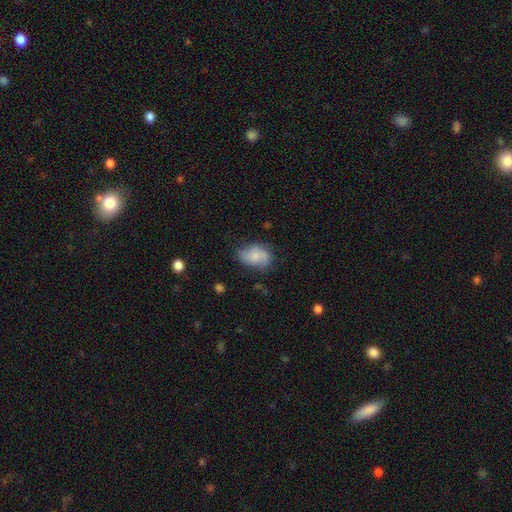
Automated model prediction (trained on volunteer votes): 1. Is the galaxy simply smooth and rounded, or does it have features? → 58% smooth, 34% featured or disk, 8% star or artifact.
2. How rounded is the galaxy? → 82% in between, 16% round, 2% cigar-shaped.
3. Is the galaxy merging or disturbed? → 54% none, 30% minor disturbance, 12% major disturbance, 4% merger.